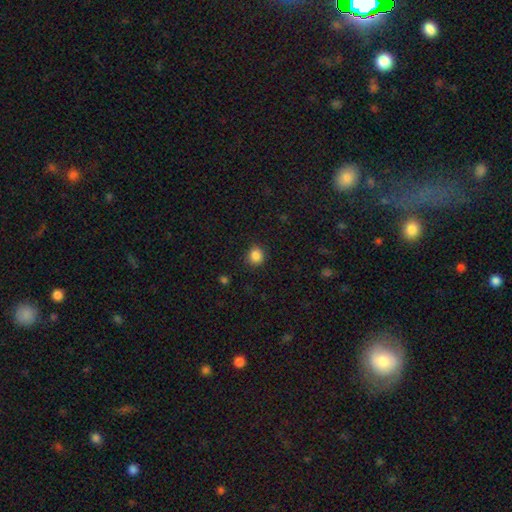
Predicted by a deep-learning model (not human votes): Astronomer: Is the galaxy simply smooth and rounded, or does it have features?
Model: smooth — 86%.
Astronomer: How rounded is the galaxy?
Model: round — 85%.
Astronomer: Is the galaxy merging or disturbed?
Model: none — 88%.